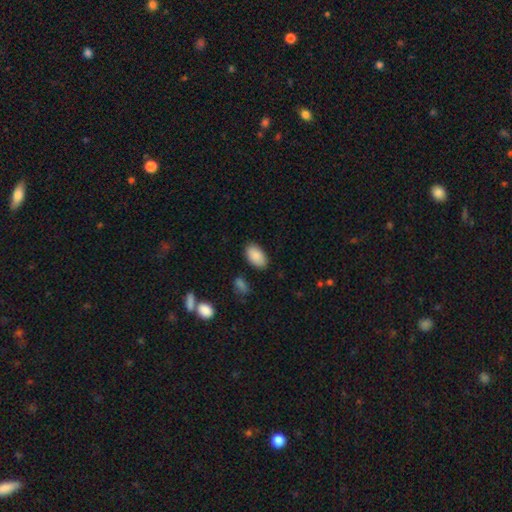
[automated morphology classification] A smooth galaxy with no disk features (89%) that is in between round and cigar-shaped (94%).

Vote fractions:
- Smooth or featured? smooth: 89% / star or artifact: 7% / featured or disk: 5%
- How rounded? in between: 94% / round: 4% / cigar-shaped: 1%
- Merging? none: 85% / minor disturbance: 10% / major disturbance: 3% / merger: 2%